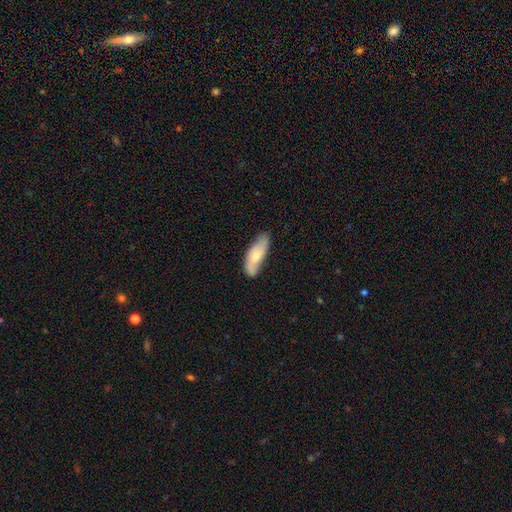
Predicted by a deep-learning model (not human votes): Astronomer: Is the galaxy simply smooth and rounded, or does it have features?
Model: smooth — 59% (runner-up: featured or disk, 35%).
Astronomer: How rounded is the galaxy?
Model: in between — 60% (runner-up: cigar-shaped, 37%).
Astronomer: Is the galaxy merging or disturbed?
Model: none — 67%.